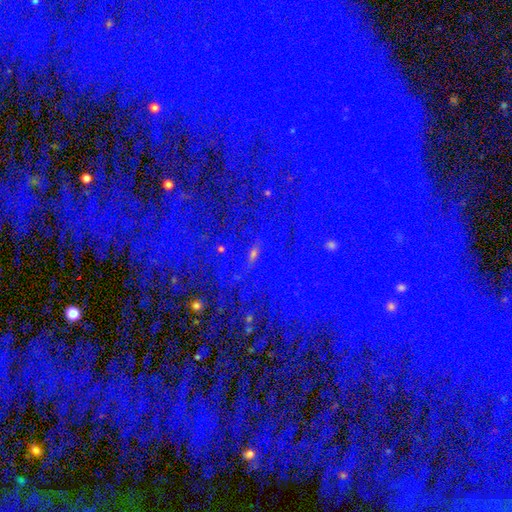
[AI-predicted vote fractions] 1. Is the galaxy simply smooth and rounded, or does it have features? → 85% star or artifact, 8% featured or disk, 7% smooth.